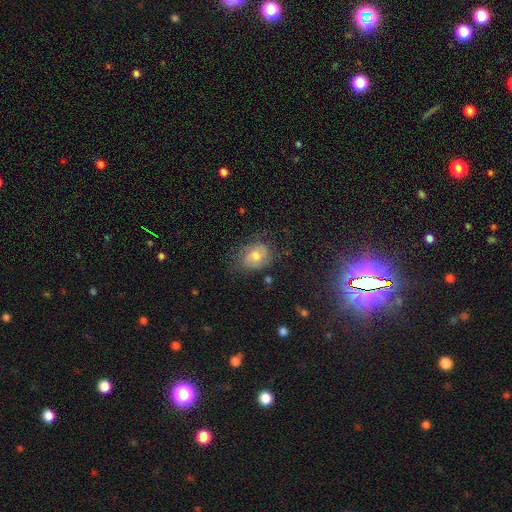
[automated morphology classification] Smooth or featured?
  - smooth: 42% * (tied)
  - featured or disk: 42% * (tied)
  - star or artifact: 16%
Merging?
  - none: 65% *
  - minor disturbance: 23%
  - major disturbance: 10%
  - merger: 2%